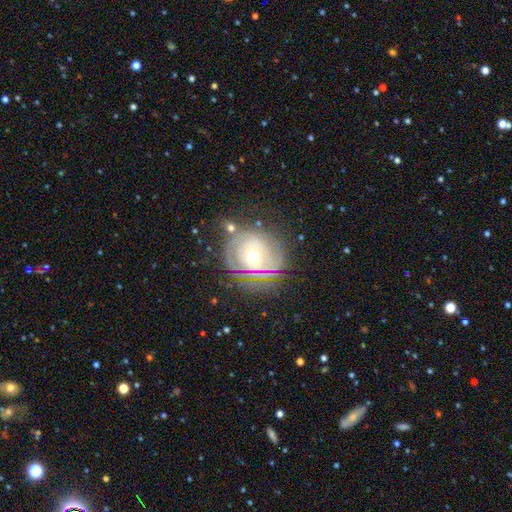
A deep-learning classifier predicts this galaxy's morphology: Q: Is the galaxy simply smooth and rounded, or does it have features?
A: featured or disk — 73%.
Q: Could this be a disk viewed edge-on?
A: no — 95%.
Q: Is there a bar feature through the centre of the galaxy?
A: no — 58%.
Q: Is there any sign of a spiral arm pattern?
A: yes — 82%.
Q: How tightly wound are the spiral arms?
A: tight — 78%.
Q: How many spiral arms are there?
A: can't tell — 45%.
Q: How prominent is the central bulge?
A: moderate — 64%.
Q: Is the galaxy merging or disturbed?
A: none — 71%.